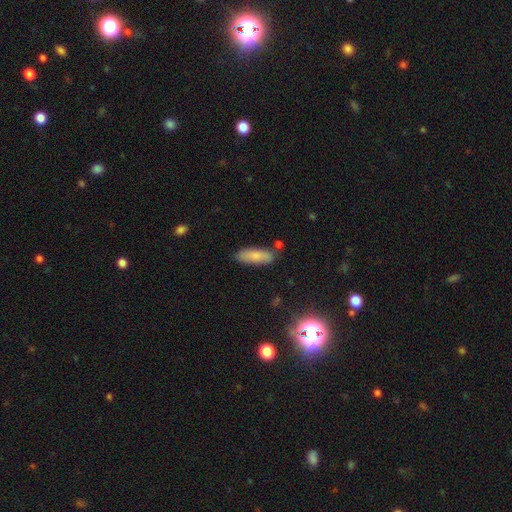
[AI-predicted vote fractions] Smooth or featured? Predicted: smooth (p=0.80). How rounded? Predicted: in between (p=0.58). Merging? Predicted: none (p=0.77).